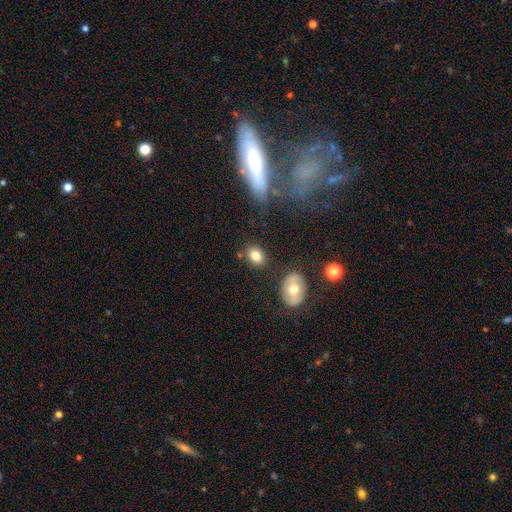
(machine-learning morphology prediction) Overall: smooth (81%). How rounded: in between (66%; round 33%). Merging: none (78%).